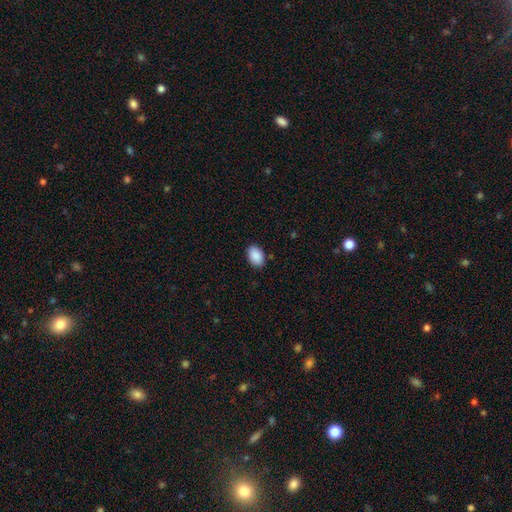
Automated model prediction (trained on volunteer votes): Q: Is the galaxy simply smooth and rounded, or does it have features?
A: smooth — 90%.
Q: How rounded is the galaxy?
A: in between — 88%.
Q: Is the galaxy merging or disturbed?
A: none — 86%.